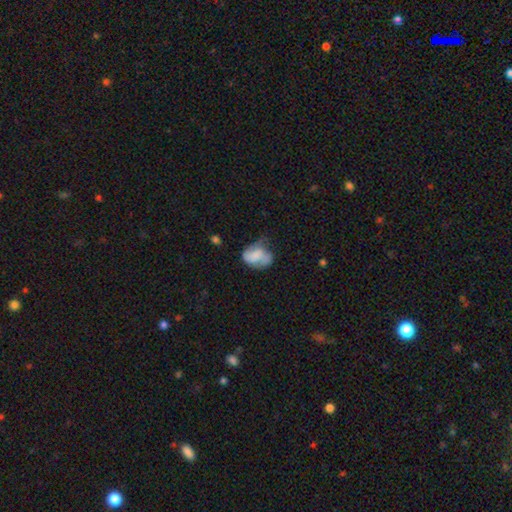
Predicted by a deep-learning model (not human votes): This is possibly a smooth galaxy (56%). How rounded: likely in between (73%). Merging: marginally minor disturbance (35%).